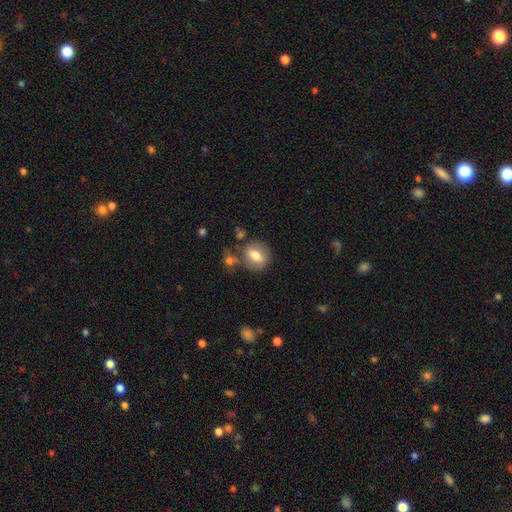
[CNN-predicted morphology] smooth 73%, featured or disk 19%, star or artifact 8%. Down the decision tree: how rounded — round (51%); merging — none (66%).